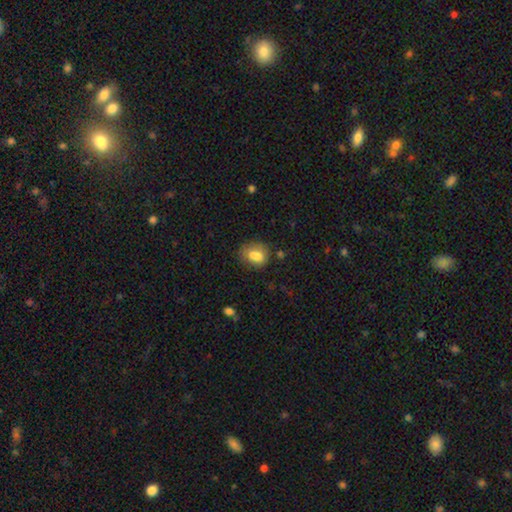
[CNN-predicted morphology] The model was most divided on "how rounded": in between: 58%, round: 41%, cigar-shaped: 1%. Remaining: smooth or featured — smooth (74%); merging — none (47%).